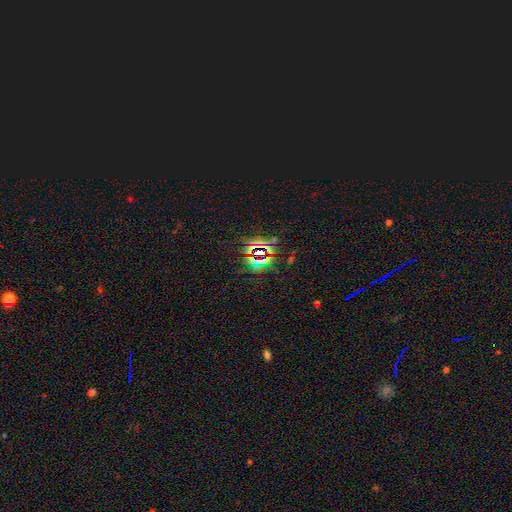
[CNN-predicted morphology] Smooth or featured: star or artifact — 81% (smooth — 11%)